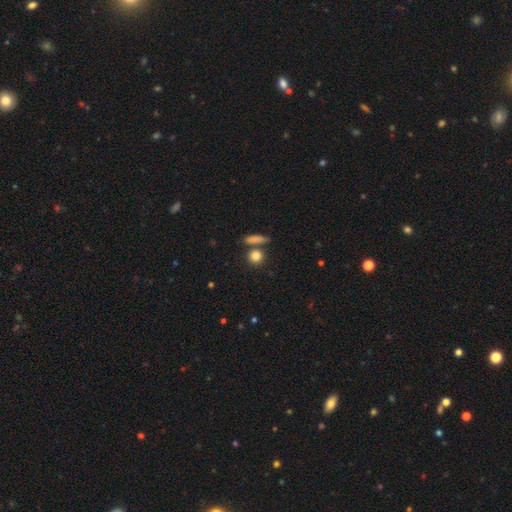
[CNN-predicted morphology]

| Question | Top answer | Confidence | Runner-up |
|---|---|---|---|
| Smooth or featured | smooth | 83% | star or artifact (10%) |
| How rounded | round | 79% | in between (15%) |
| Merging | none | 71% | merger (17%) |